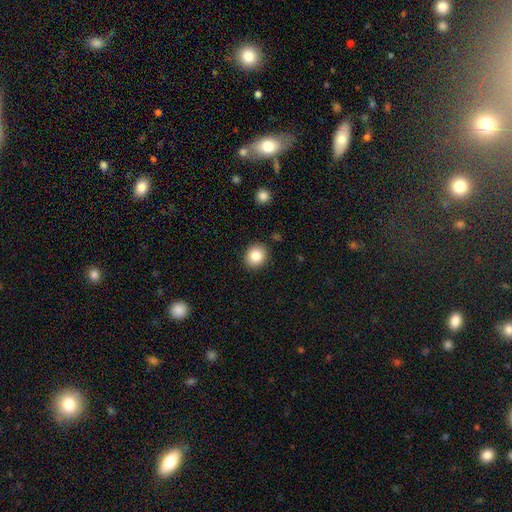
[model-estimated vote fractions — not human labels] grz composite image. It shows a smooth galaxy with no disk features (83%) that is round (82%). Merging: none (90%).